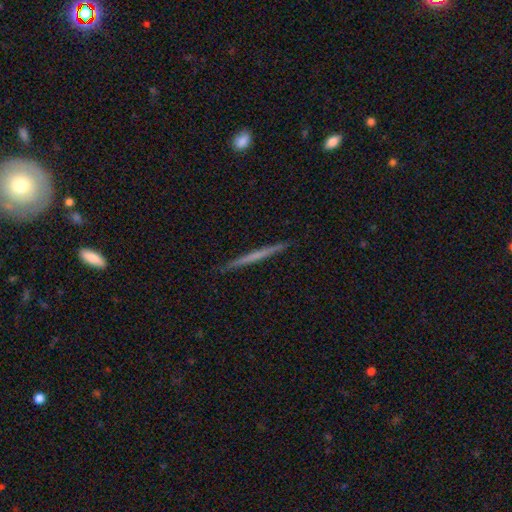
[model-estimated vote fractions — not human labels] A featured or disk galaxy (50%) viewed edge-on (97%). Merging: none (91%).